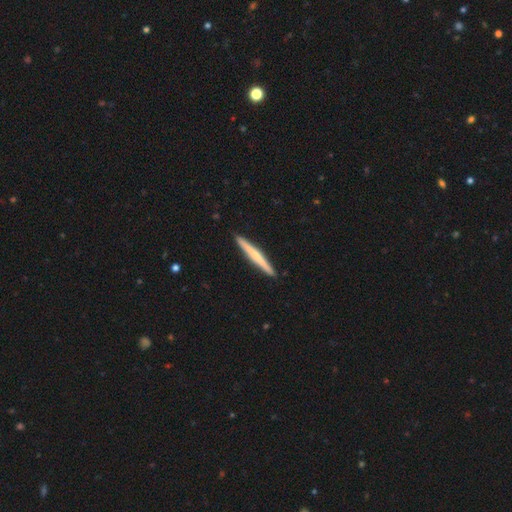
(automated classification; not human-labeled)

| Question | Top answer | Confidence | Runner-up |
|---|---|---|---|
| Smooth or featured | smooth | 48% | featured or disk (47%) |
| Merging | none | 93% | minor disturbance (5%) |